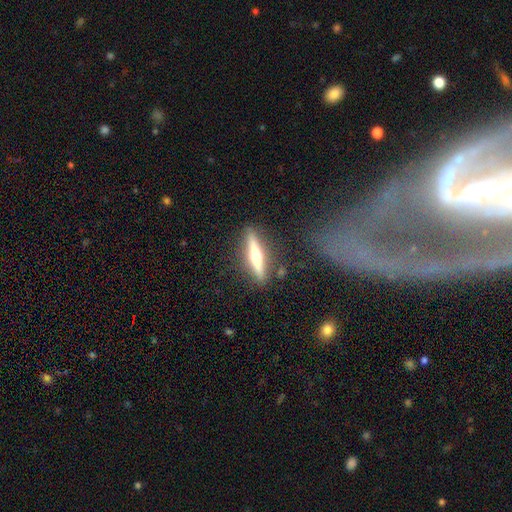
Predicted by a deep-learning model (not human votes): A featured or disk galaxy (64%) viewed edge-on (95%) with a rounded central bulge (92%).

Vote fractions:
- Smooth or featured? featured or disk: 64% / smooth: 30% / star or artifact: 6%
- Edge-on disk? yes: 95% / no: 5%
- Edge-on bulge? rounded: 92% / none: 4% / boxy: 4%
- Merging? none: 86% / minor disturbance: 9% / major disturbance: 3% / merger: 2%